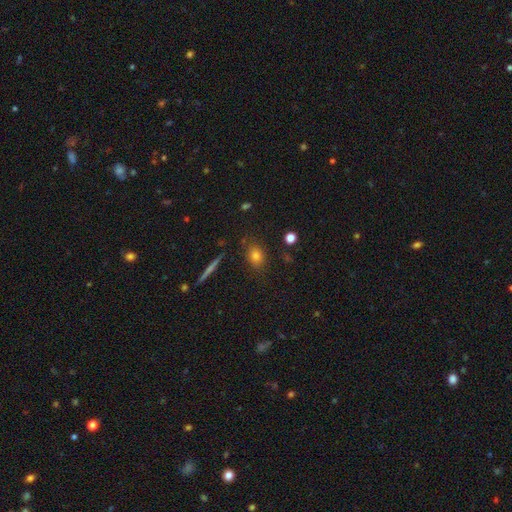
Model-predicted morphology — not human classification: Smooth or featured? smooth (78%)
How rounded? in between (55%)
Merging? none (82%)